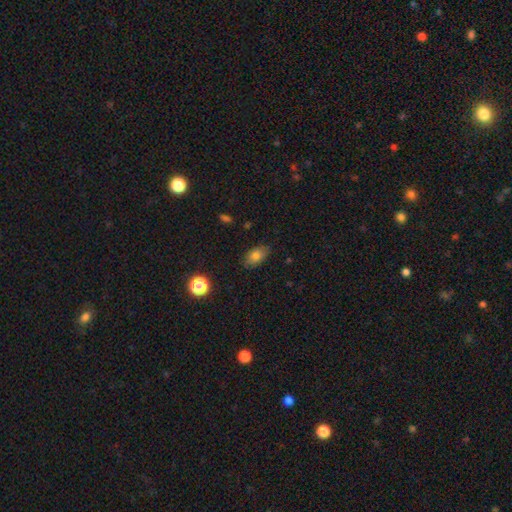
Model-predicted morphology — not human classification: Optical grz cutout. It shows a smooth galaxy with no disk features (78%) that is in between round and cigar-shaped (87%). Merging: none (82%).